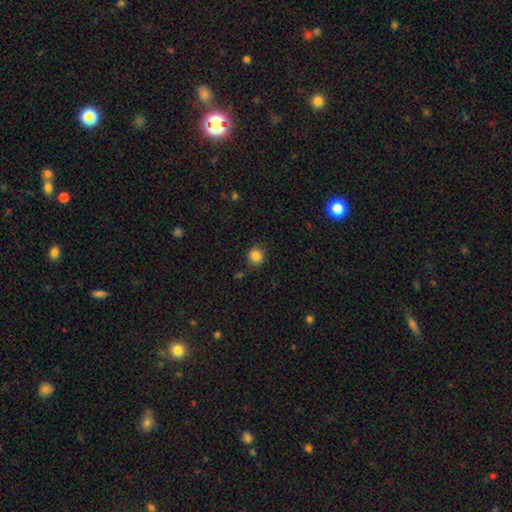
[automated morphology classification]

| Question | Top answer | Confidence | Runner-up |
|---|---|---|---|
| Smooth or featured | smooth | 85% | star or artifact (11%) |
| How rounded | round | 88% | in between (12%) |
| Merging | none | 86% | minor disturbance (10%) |